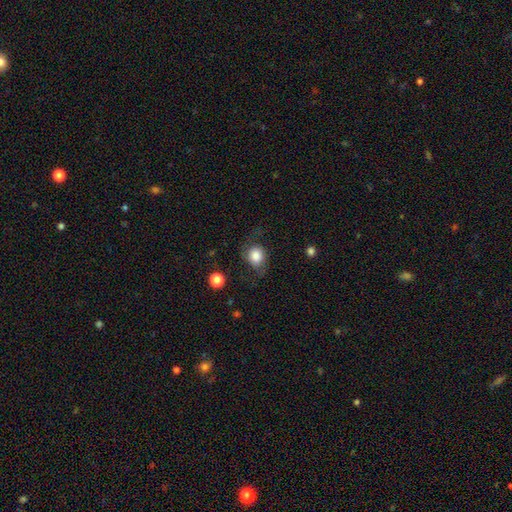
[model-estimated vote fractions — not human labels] This is likely a smooth galaxy (75%). How rounded: likely round (69%). Merging: likely none (62%).